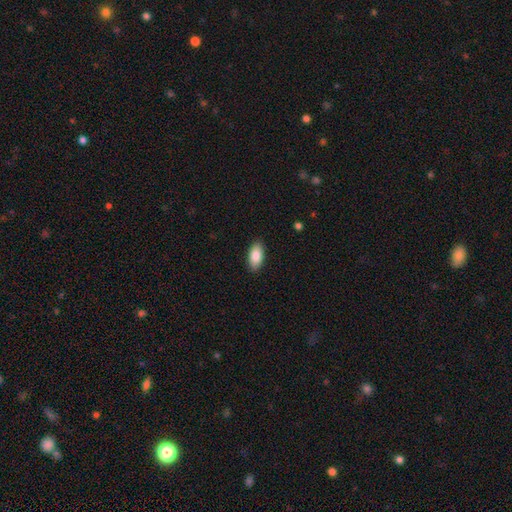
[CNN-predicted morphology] This appears to be a smooth galaxy with no disk features (87%) that is in between round and cigar-shaped (92%). Merging: none (89%).